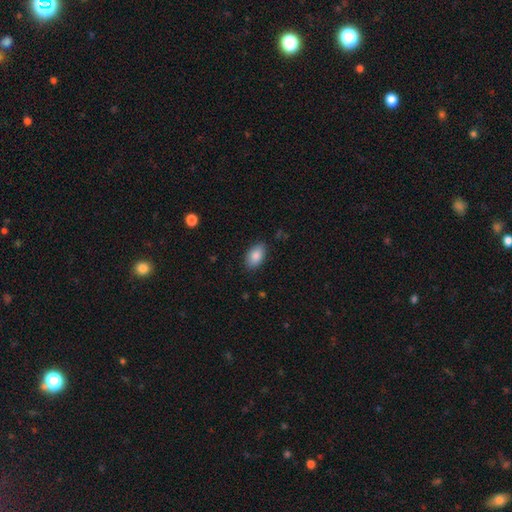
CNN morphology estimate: smooth 86%, star or artifact 7%, featured or disk 6%. Down the decision tree: how rounded — in between (92%); merging — none (85%).